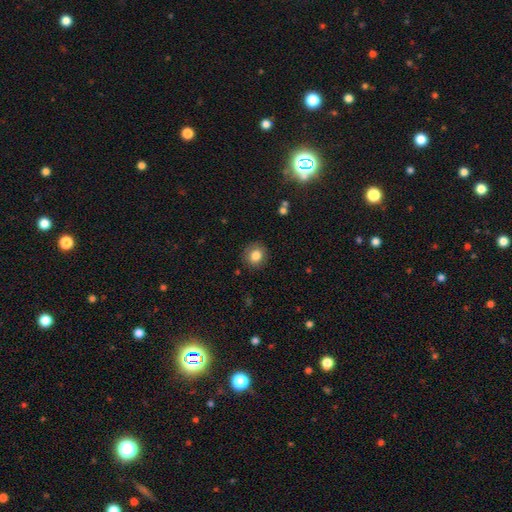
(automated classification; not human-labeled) A smooth galaxy with no disk features (82%) that is round (85%). Merging: none (88%).